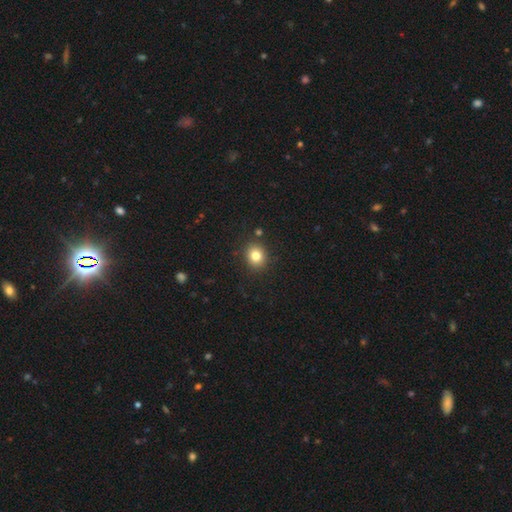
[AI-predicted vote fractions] Smooth or featured: smooth — 81% (star or artifact — 12%)
How rounded: round — 75% (in between — 25%)
Merging: none — 87% (minor disturbance — 8%)